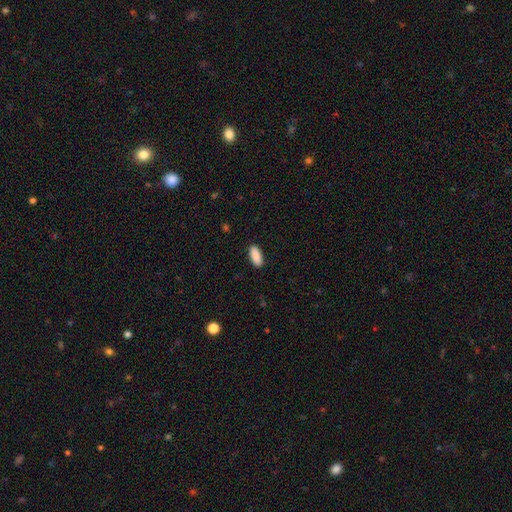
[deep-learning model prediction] Morphology: type=smooth (90%); roundness=in between (84%); merging=none (89%).